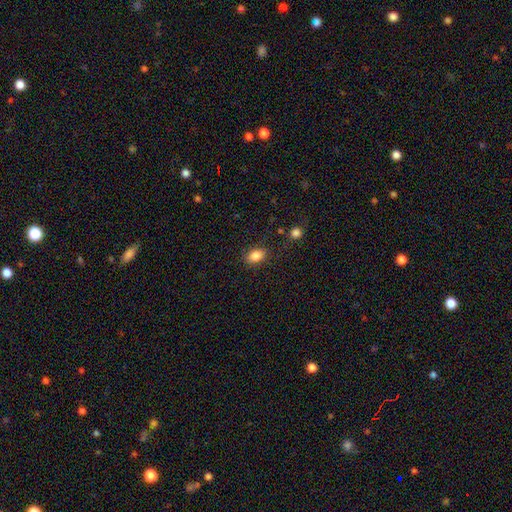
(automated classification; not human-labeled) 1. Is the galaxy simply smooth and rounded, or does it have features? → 86% smooth, 9% star or artifact, 5% featured or disk.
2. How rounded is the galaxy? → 81% in between, 17% round, 1% cigar-shaped.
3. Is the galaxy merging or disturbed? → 82% none, 12% minor disturbance, 4% major disturbance, 3% merger.